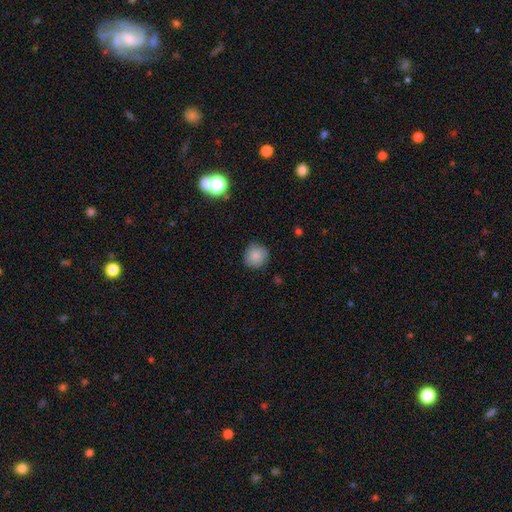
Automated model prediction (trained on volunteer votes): This appears to be a smooth galaxy with no disk features (85%) that is round (91%). Merging: none (84%).